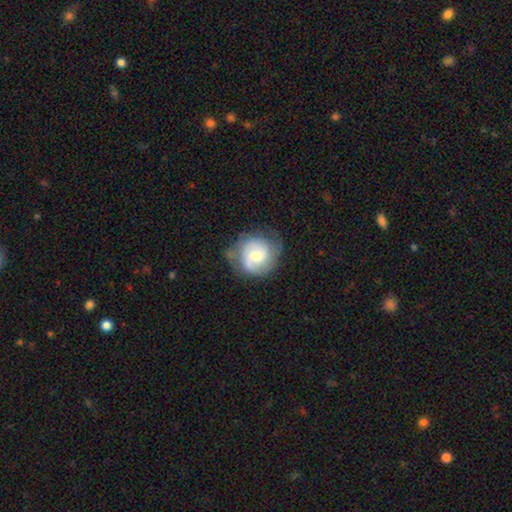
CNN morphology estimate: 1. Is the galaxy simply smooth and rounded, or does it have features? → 67% featured or disk, 27% smooth, 6% star or artifact.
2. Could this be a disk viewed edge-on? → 98% no, 2% yes.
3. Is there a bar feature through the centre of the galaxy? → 55% no, 39% weak, 6% strong.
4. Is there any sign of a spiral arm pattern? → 90% yes, 10% no.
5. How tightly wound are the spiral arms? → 43% medium, 40% tight, 17% loose.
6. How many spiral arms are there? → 67% 2, 15% can't tell, 7% 1, 7% 3, 2% 4, 2% more than 4.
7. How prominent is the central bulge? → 60% moderate, 30% small, 7% large, 2% none, 1% dominant.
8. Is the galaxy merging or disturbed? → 63% none, 24% minor disturbance, 11% major disturbance, 2% merger.